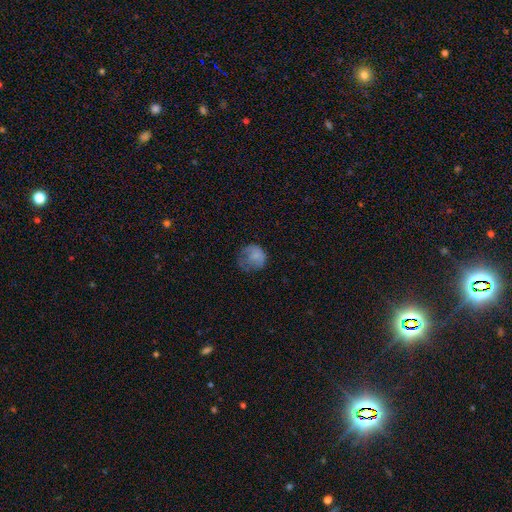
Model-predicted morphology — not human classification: Smooth or featured? Predicted: smooth (p=0.69). How rounded? Predicted: round (p=0.77). Merging? Predicted: none (p=0.39).